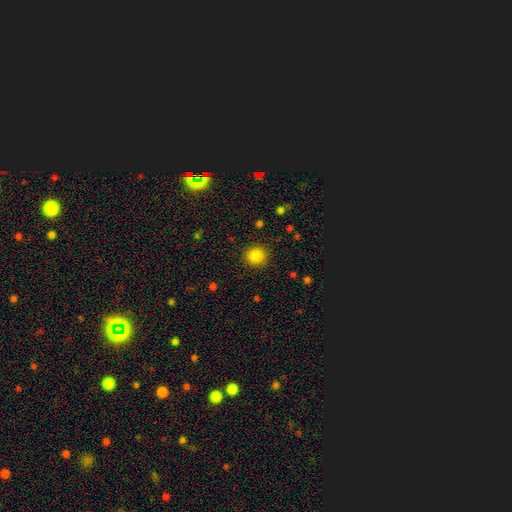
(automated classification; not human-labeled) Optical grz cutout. It shows a smooth galaxy with no disk features (85%) that is round (92%). Merging: none (90%).